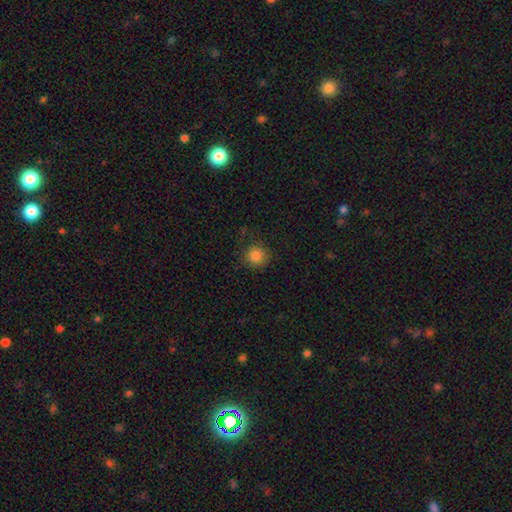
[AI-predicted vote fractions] This appears to be a smooth galaxy with no disk features (85%) that is round (93%). Merging: none (84%).